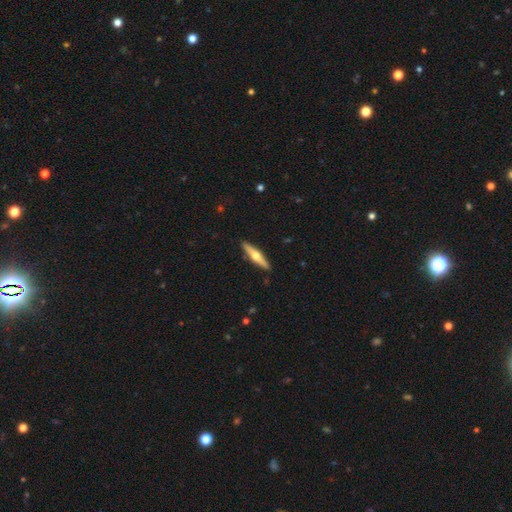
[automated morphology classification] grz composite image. It shows a featured or disk galaxy (60%) viewed edge-on (96%) with a rounded central bulge (94%). Merging: none (91%).